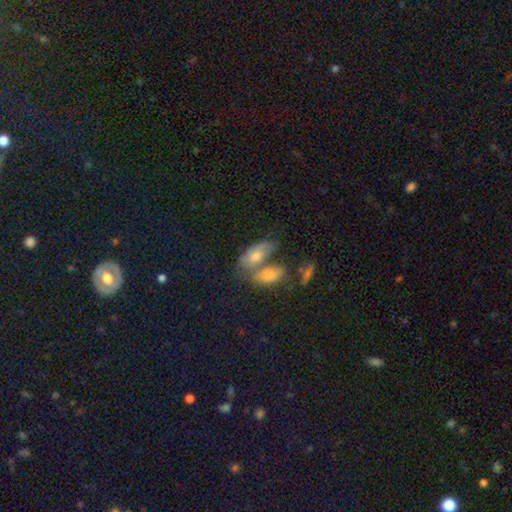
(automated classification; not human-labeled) Morphology: type=smooth (66%); roundness=in between (90%); merging=merger (56%).